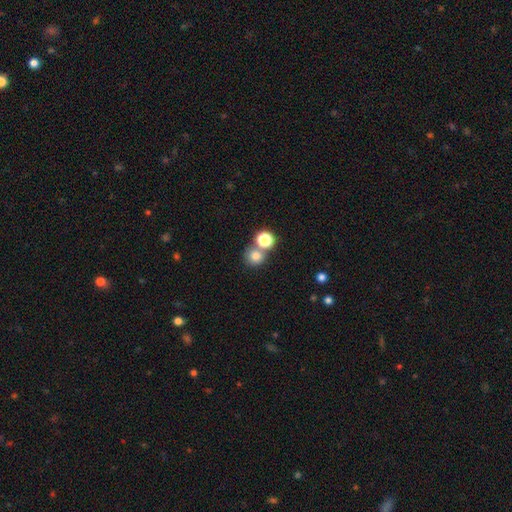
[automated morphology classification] A smooth galaxy with no disk features (77%) that is round (88%). Merging: none (57%).